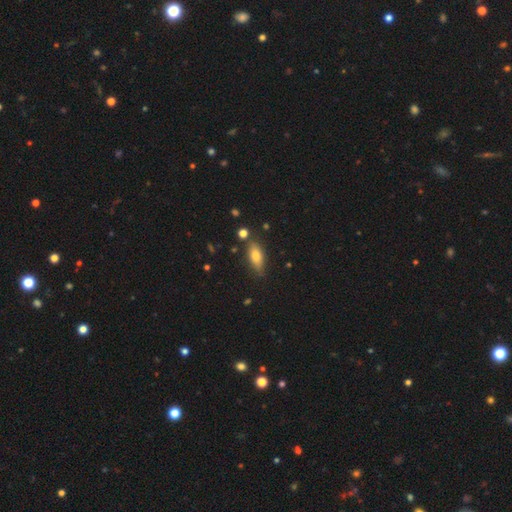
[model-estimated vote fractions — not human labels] Smooth or featured?
  - smooth: 71% *
  - featured or disk: 21%
  - star or artifact: 8%
How rounded?
  - in between: 70% *
  - cigar-shaped: 27%
  - round: 3%
Merging?
  - none: 78% *
  - minor disturbance: 15%
  - merger: 4%
  - major disturbance: 3%